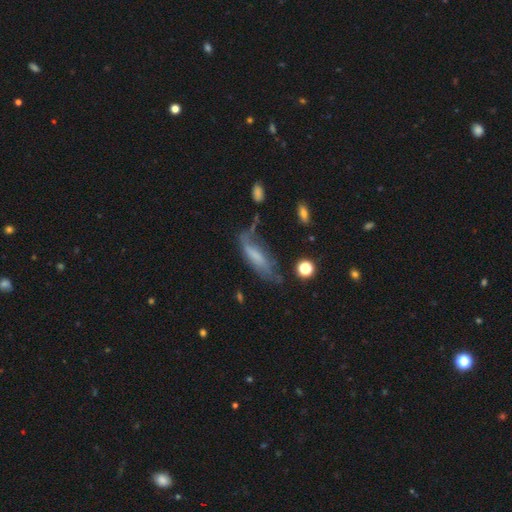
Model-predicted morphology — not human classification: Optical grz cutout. It shows a smooth galaxy with no disk features (51%) that is cigar-shaped (50%). Merging: none (41%).